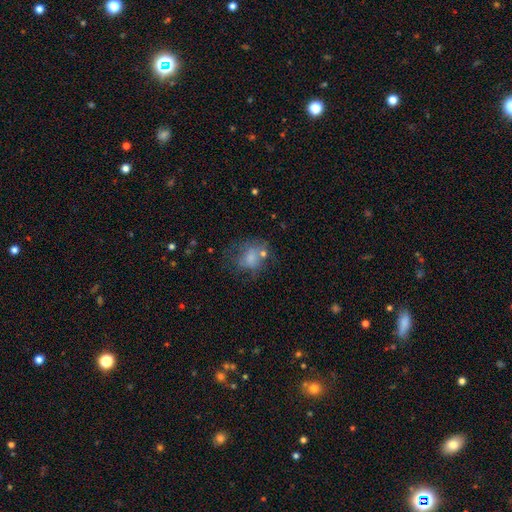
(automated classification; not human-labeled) The model was most divided on "how rounded": round: 57%, in between: 42%, cigar-shaped: 1%. Remaining: smooth or featured — smooth (59%); merging — none (46%).